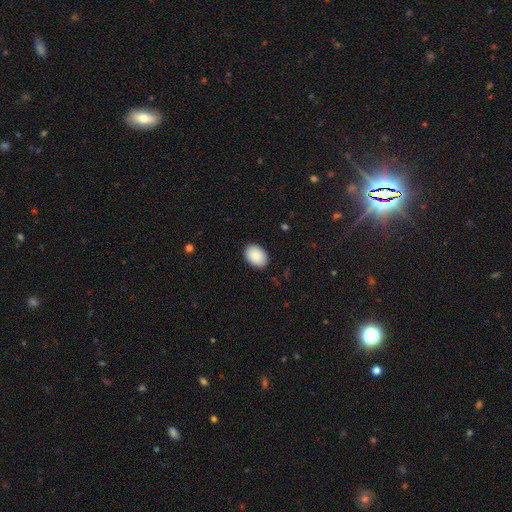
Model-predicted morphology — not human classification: Smooth or featured? smooth (90%)
How rounded? in between (82%)
Merging? none (89%)